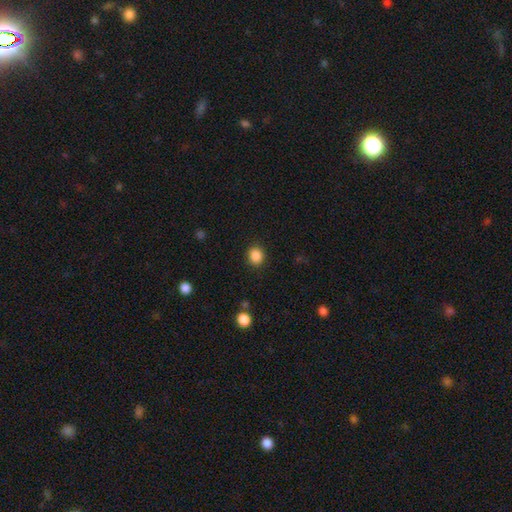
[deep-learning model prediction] Smooth or featured: smooth — 87% (star or artifact — 10%)
How rounded: round — 77% (in between — 22%)
Merging: none — 89% (minor disturbance — 7%)